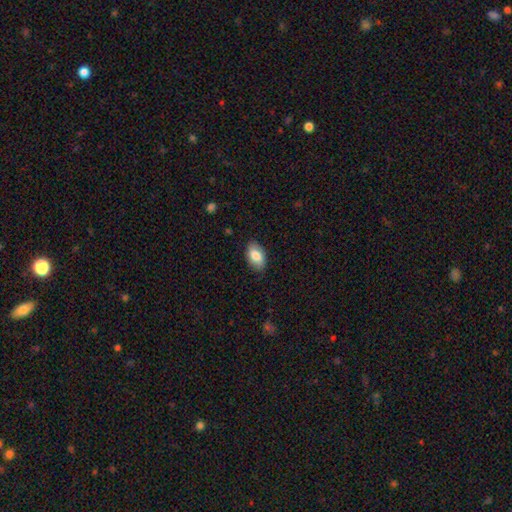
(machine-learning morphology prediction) This appears to be a smooth galaxy with no disk features (81%) that is in between round and cigar-shaped (93%). Merging: none (84%).